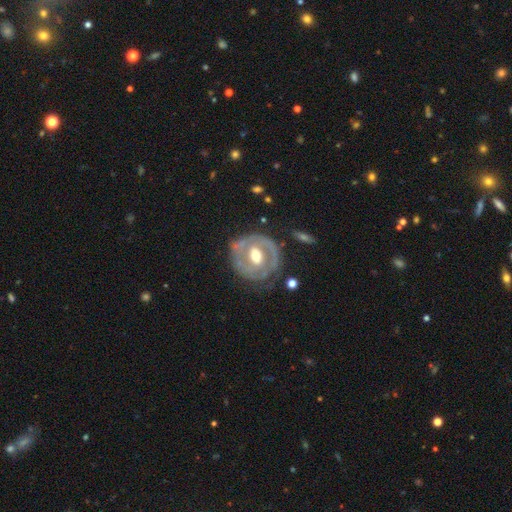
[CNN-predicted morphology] Q: Smooth or featured?
A: featured or disk (74%); runner-up: smooth (21%)
Q: Edge-on disk?
A: no (96%); runner-up: yes (4%)
Q: Bar?
A: weak (43%); runner-up: no (36%)
Q: Spiral arms?
A: yes (53%); runner-up: no (47%)
Q: Bulge size?
A: moderate (76%); runner-up: small (12%)
Q: Merging?
A: none (67%); runner-up: minor disturbance (20%)